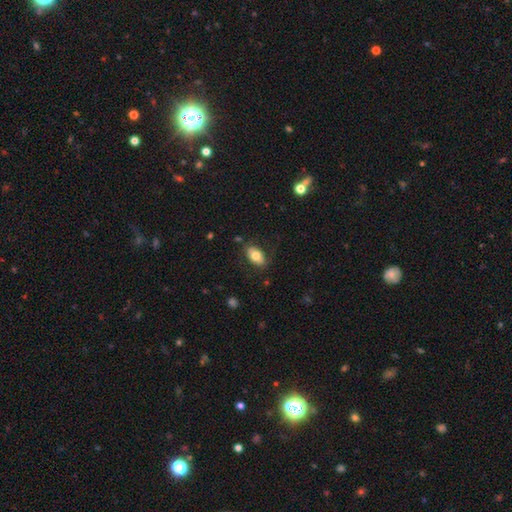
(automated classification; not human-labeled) smooth 75%, featured or disk 18%, star or artifact 7%. Down the decision tree: how rounded — in between (91%); merging — none (80%).